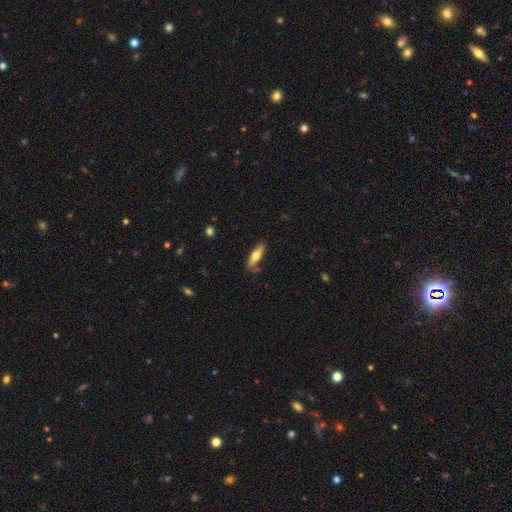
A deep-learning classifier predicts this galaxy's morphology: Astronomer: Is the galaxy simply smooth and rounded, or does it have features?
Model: smooth — 57% (runner-up: featured or disk, 38%).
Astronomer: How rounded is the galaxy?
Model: cigar-shaped — 56% (runner-up: in between, 41%).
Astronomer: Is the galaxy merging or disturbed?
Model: none — 70%.